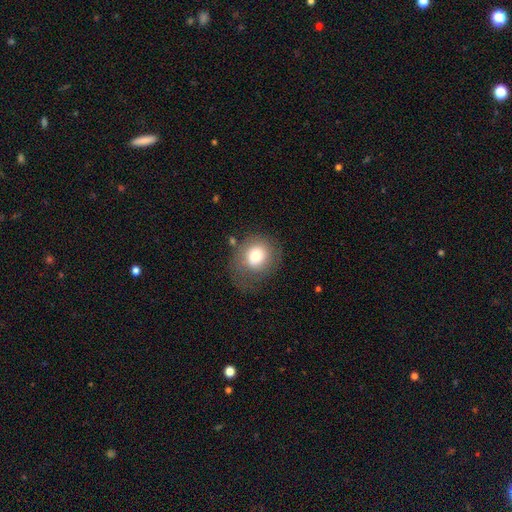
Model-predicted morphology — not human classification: Smooth or featured? smooth (71%)
How rounded? round (74%)
Merging? none (61%)